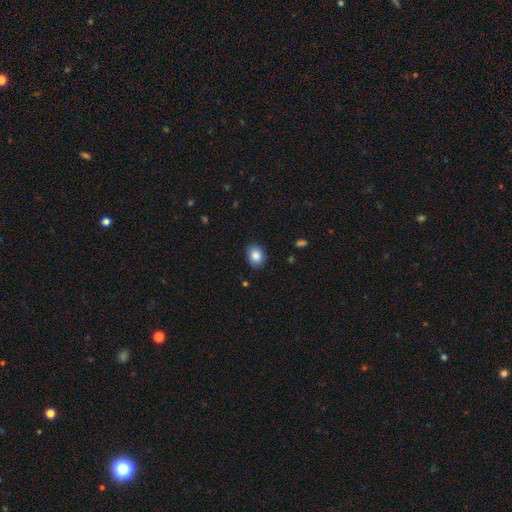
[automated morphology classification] smooth 86%, star or artifact 8%, featured or disk 6%. Down the decision tree: how rounded — in between (50%); merging — none (87%).